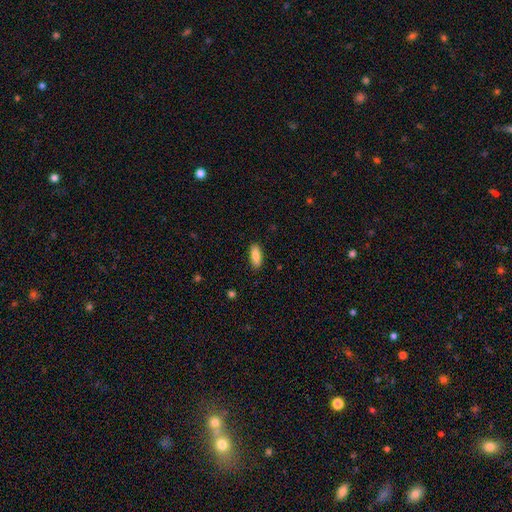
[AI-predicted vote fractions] Smooth or featured? smooth (85%)
How rounded? in between (79%)
Merging? none (88%)